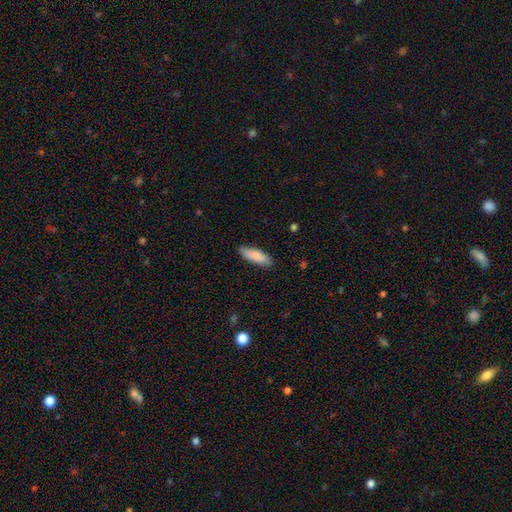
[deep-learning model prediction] smooth 86%, featured or disk 8%, star or artifact 6%. Down the decision tree: how rounded — in between (59%); merging — none (83%).